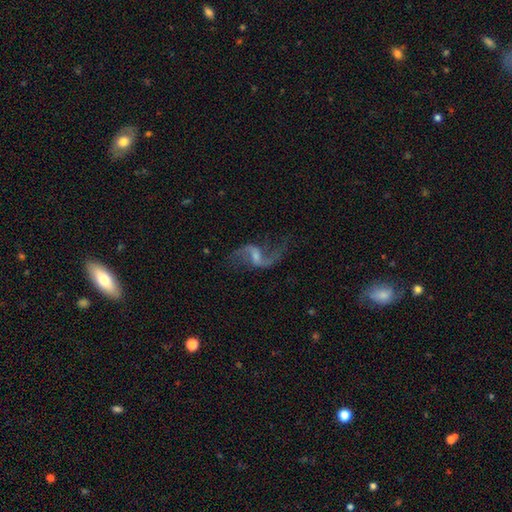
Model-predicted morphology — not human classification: The model was most divided on "bulge size": small: 51%, moderate: 24%, none: 21%, large: 2%, dominant: 1%. More confident: edge-on disk — no (97%); spiral arms — yes (96%); spiral arm count — 2 (92%); smooth or featured — featured or disk (88%); spiral winding — loose (88%); merging — none (73%); bar — weak (55%).